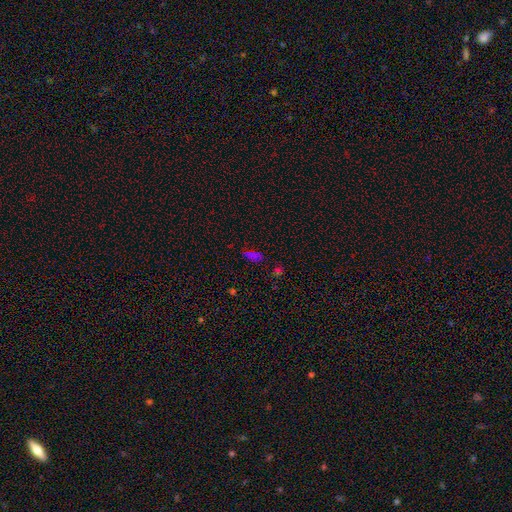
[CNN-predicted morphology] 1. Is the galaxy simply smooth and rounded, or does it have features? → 61% smooth, 32% star or artifact, 7% featured or disk.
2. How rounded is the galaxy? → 75% in between, 19% cigar-shaped, 6% round.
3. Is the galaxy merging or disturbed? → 67% none, 20% minor disturbance, 7% major disturbance, 6% merger.